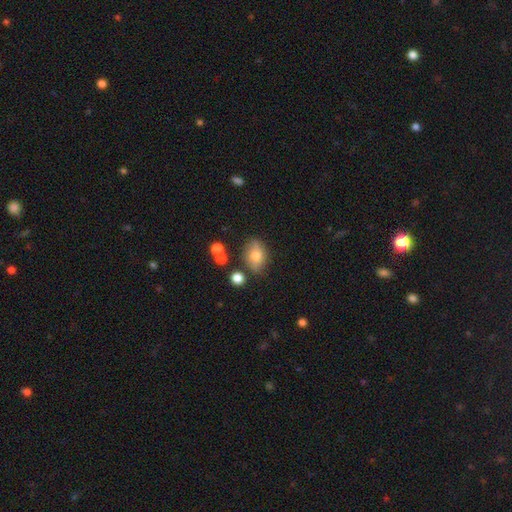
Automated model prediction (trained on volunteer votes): Smooth or featured: smooth — 71% (featured or disk — 19%)
How rounded: in between — 79% (round — 19%)
Merging: none — 74% (minor disturbance — 17%)